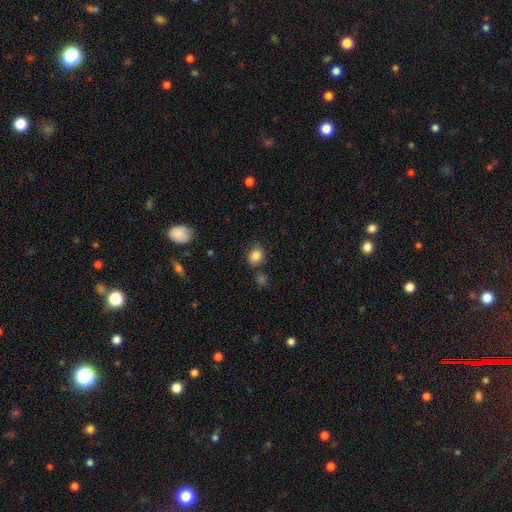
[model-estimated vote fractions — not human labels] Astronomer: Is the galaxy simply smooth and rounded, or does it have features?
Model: smooth — 84%.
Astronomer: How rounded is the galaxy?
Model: in between — 50% (runner-up: round, 49%).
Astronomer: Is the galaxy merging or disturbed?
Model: none — 71%.